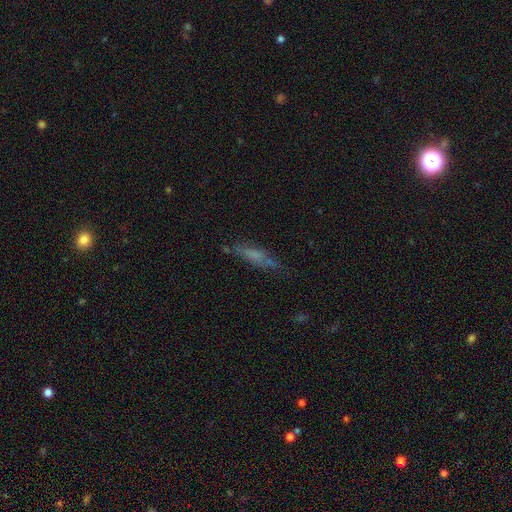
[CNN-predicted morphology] Smooth or featured? smooth (48%)
Merging? none (61%)